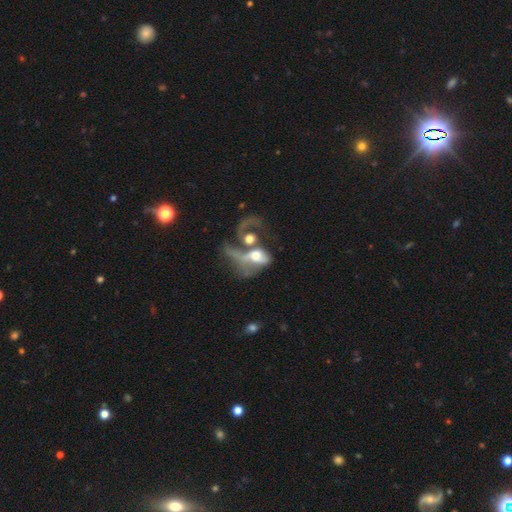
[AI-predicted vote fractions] Smooth or featured? Predicted: featured or disk (p=0.54). Edge-on disk? Predicted: no (p=0.94). Bar? Predicted: no (p=0.74). Spiral arms? Predicted: no (p=0.54). Bulge size? Predicted: moderate (p=0.49). Merging? Predicted: merger (p=0.58).